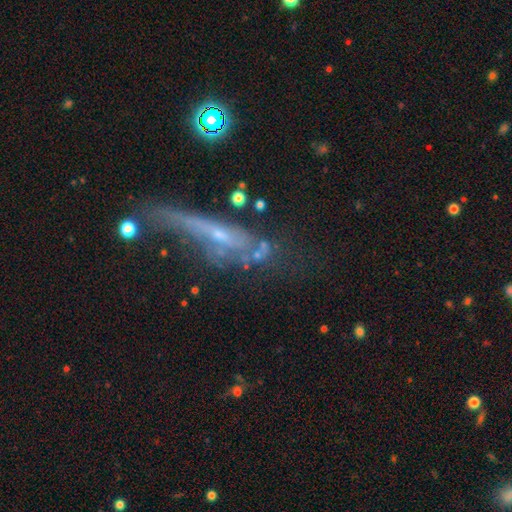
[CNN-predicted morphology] Smooth or featured? featured or disk (54%)
Edge-on disk? no (60%)
Merging? none (37%)